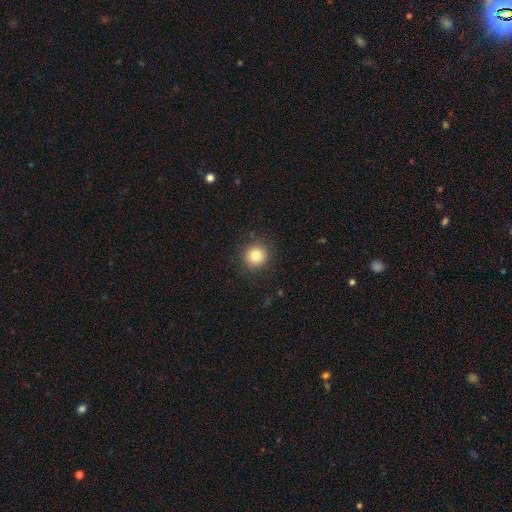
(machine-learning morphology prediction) Overall: smooth (82%). How rounded: round (94%). Merging: none (89%).